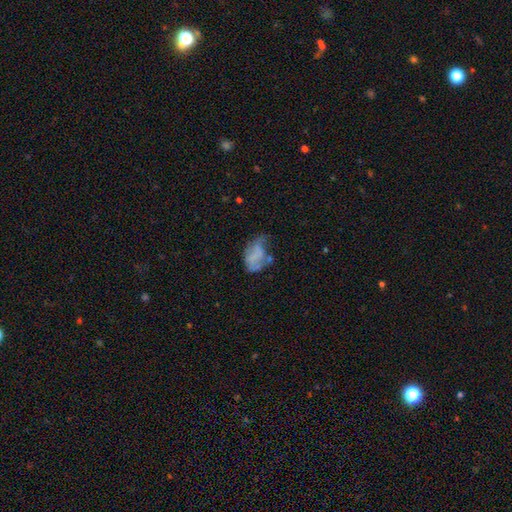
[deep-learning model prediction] Q: Smooth or featured?
A: smooth (51%); runner-up: featured or disk (38%)
Q: How rounded?
A: in between (86%); runner-up: round (11%)
Q: Merging?
A: major disturbance (35%); runner-up: minor disturbance (31%)